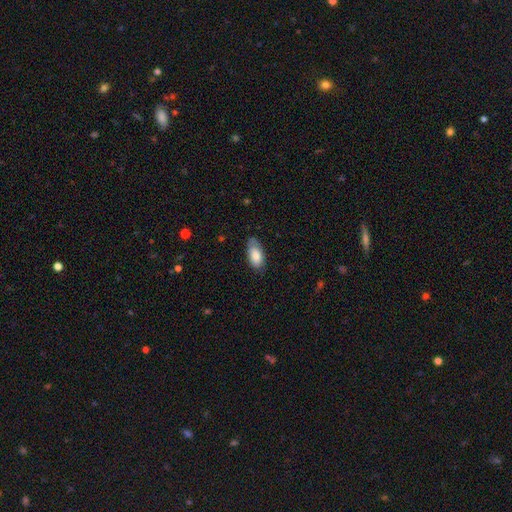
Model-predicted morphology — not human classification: smooth_or_featured: smooth (p=0.78) [alt: featured or disk p=0.16]
how_rounded: in between (p=0.92) [alt: cigar-shaped p=0.05]
merging: none (p=0.69) [alt: minor disturbance p=0.24]